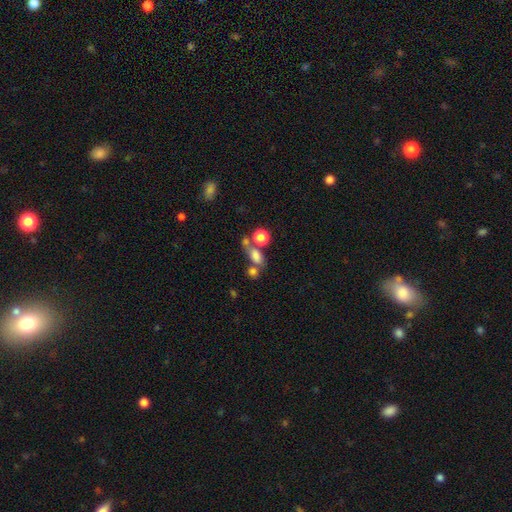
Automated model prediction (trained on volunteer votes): This is likely a smooth galaxy (73%). How rounded: likely in between (67%). Merging: marginally none (40%).